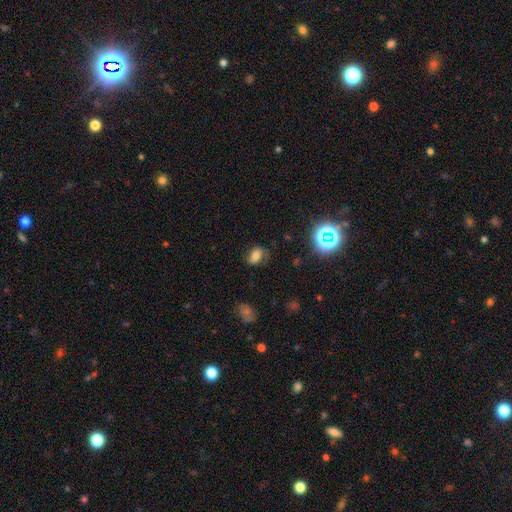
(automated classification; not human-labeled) smooth-or-featured: smooth: 53% | featured or disk: 31% | star or artifact: 16%
  how-rounded: in between: 75% | round: 23% | cigar-shaped: 2%
  merging: none: 60% | minor disturbance: 24% | major disturbance: 14% | merger: 2%